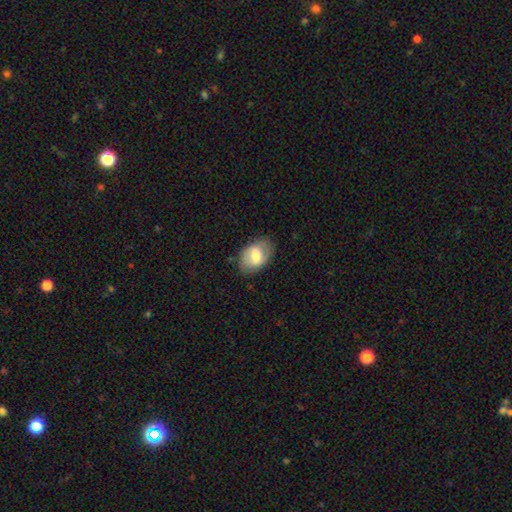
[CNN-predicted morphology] Smooth or featured? Predicted: smooth (p=0.60). How rounded? Predicted: in between (p=0.86). Merging? Predicted: none (p=0.77).